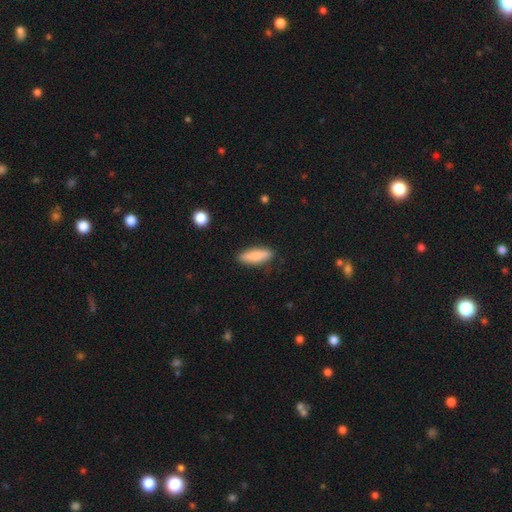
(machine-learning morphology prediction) type=smooth (81%); roundness=cigar-shaped (57%); merging=none (86%).